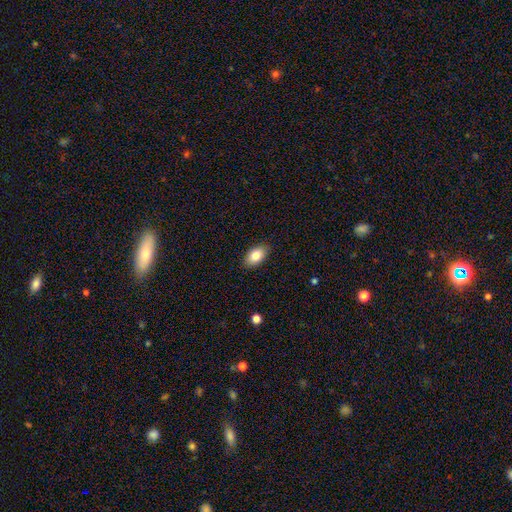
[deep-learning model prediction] Smooth or featured?
  - smooth: 84% *
  - featured or disk: 9%
  - star or artifact: 7%
How rounded?
  - in between: 91% *
  - round: 7%
  - cigar-shaped: 2%
Merging?
  - none: 88% *
  - minor disturbance: 9%
  - major disturbance: 2%
  - merger: 1%